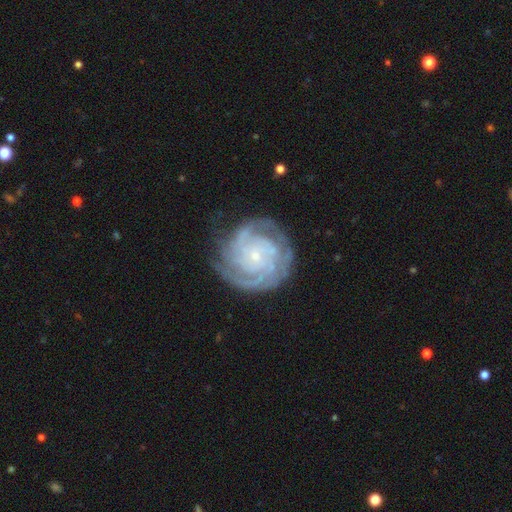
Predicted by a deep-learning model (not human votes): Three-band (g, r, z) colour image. It shows a featured or disk galaxy (88%) with no bar (79%), 3 (27%) tight (75%) spiral arms (97%) and a small central bulge (85%). Merging: none (75%).